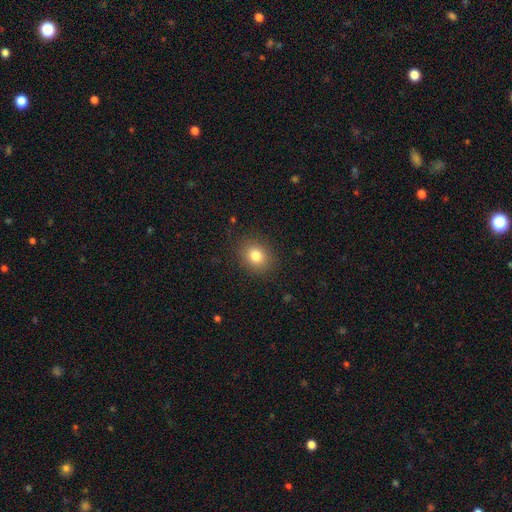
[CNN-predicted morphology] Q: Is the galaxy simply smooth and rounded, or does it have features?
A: smooth — 81%.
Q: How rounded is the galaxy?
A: round — 66%.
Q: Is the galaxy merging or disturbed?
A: none — 88%.